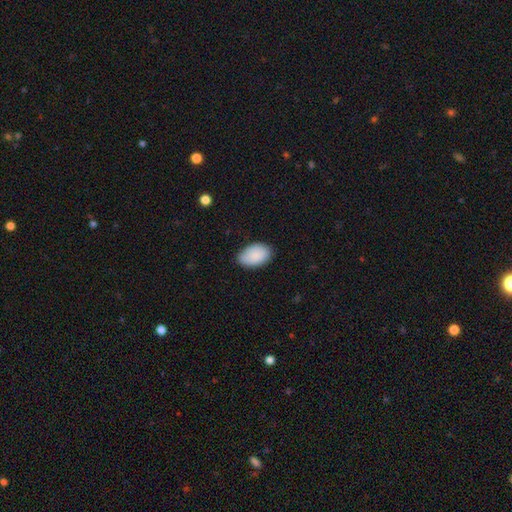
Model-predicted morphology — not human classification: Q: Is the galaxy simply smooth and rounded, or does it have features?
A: smooth — 89%.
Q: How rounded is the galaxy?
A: in between — 93%.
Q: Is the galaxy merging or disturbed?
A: none — 80%.